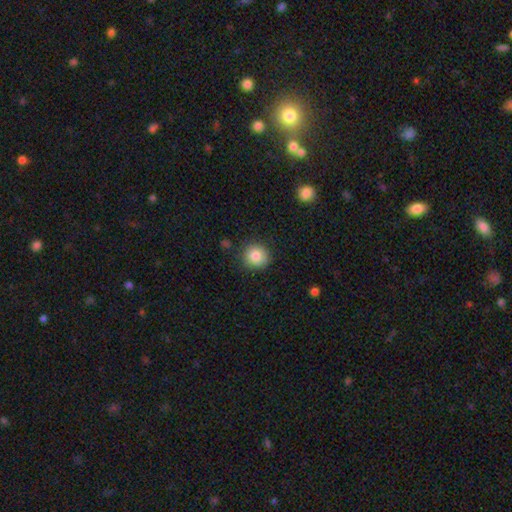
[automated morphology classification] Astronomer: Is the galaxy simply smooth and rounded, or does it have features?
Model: smooth — 85%.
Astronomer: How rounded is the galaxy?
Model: round — 91%.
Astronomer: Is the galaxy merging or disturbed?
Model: none — 87%.